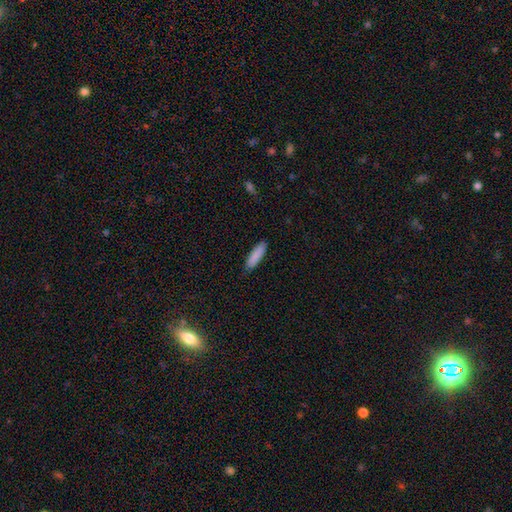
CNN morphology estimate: A smooth galaxy with no disk features (88%) that is cigar-shaped (65%). Merging: none (85%).